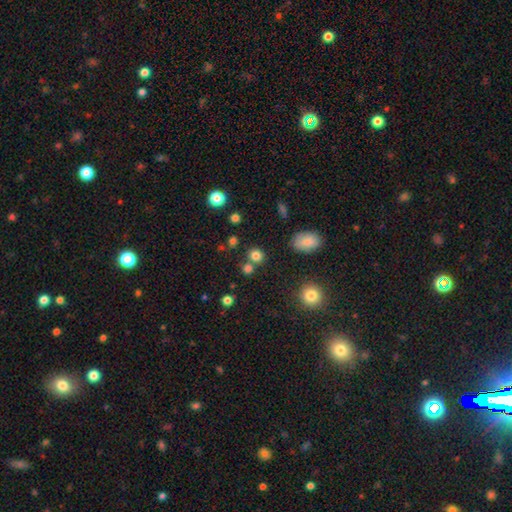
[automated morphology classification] A smooth galaxy with no disk features (79%) that is round (83%).

Vote fractions:
- Smooth or featured? smooth: 79% / star or artifact: 15% / featured or disk: 6%
- How rounded? round: 83% / in between: 16% / cigar-shaped: 1%
- Merging? none: 69% / merger: 19% / minor disturbance: 8% / major disturbance: 3%